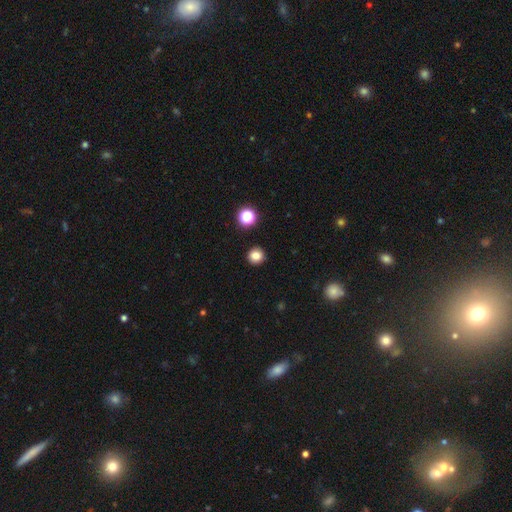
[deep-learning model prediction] smooth_or_featured: smooth (p=0.81) [alt: star or artifact p=0.13]
how_rounded: round (p=0.93) [alt: in between p=0.06]
merging: none (p=0.92) [alt: minor disturbance p=0.05]